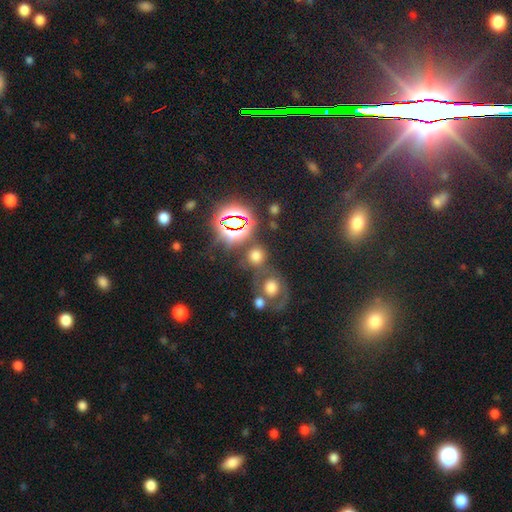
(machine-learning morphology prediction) Smooth or featured: smooth — 57% (star or artifact — 33%)
How rounded: round — 82% (in between — 16%)
Merging: none — 58% (merger — 24%)